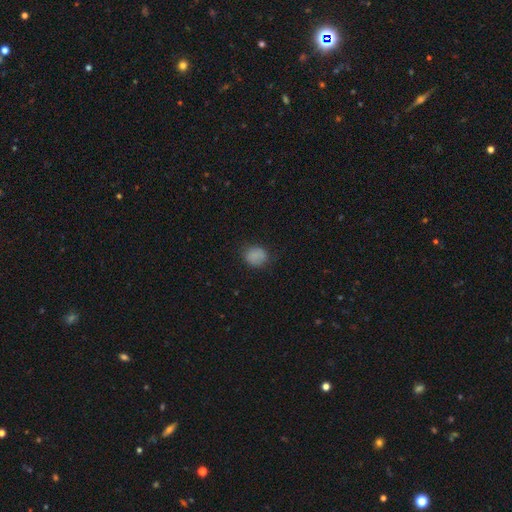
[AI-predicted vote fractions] Q: Smooth or featured?
A: smooth (83%); runner-up: star or artifact (10%)
Q: How rounded?
A: round (64%); runner-up: in between (35%)
Q: Merging?
A: none (78%); runner-up: minor disturbance (16%)